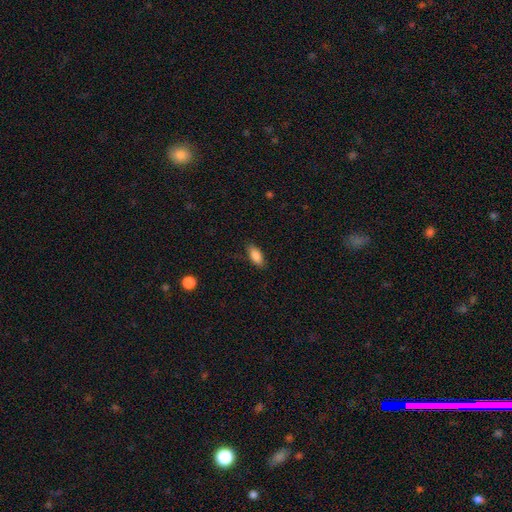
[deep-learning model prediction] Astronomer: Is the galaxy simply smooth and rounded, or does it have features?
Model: smooth — 87%.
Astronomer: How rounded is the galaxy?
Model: in between — 85%.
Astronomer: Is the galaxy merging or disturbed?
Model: none — 83%.